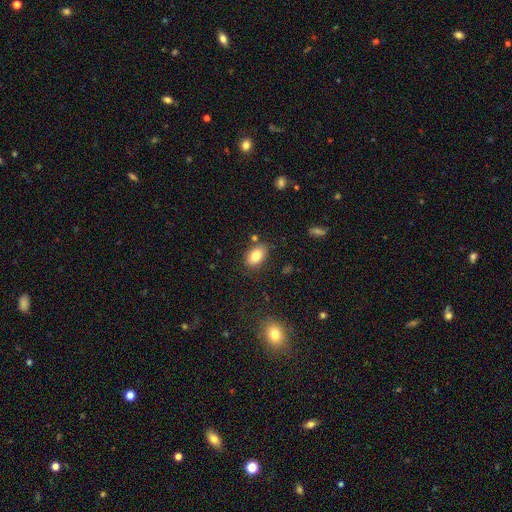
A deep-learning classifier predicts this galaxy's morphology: This appears to be a smooth galaxy with no disk features (83%) that is in between round and cigar-shaped (88%). Merging: none (80%).